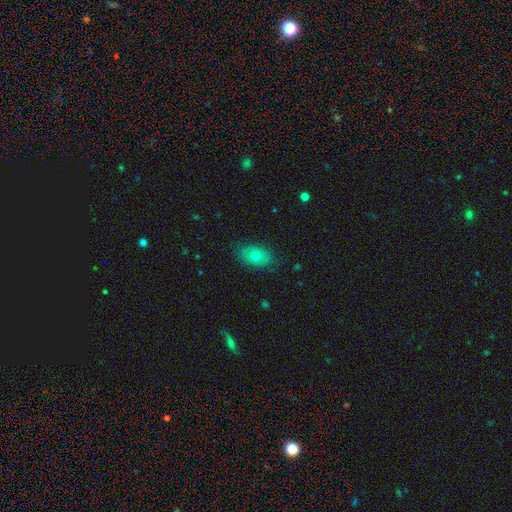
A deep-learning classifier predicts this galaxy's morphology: Overall: smooth (65%; featured or disk 26%). How rounded: in between (83%). Merging: none (78%).